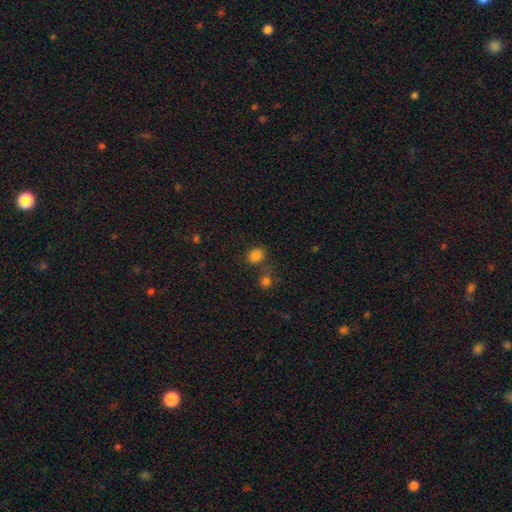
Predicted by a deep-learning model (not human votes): smooth_or_featured: smooth (p=0.80) [alt: star or artifact p=0.15]
how_rounded: in between (p=0.51) [alt: round p=0.48]
merging: none (p=0.66) [alt: minor disturbance p=0.15]